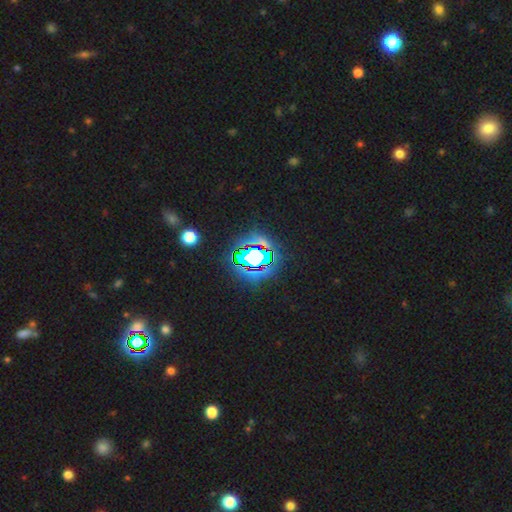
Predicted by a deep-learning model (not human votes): Smooth or featured? star or artifact (69%)